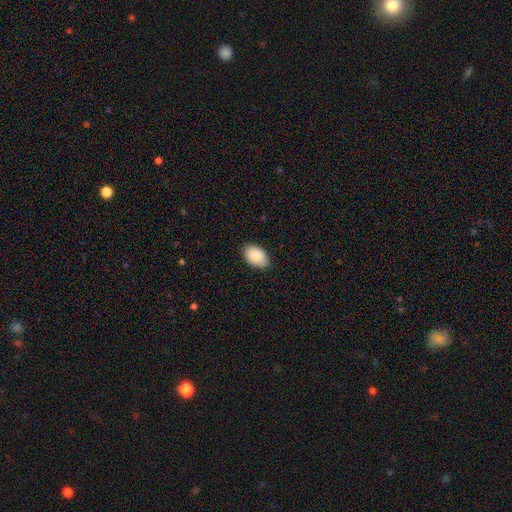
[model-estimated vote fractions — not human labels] The model was most divided on "merging": none: 85%, minor disturbance: 12%, major disturbance: 2%, merger: 1%. More confident: how rounded — in between (91%); smooth or featured — smooth (87%).